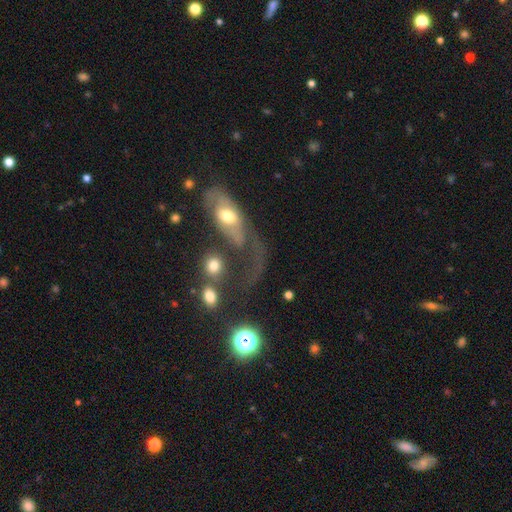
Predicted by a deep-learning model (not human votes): A featured or disk galaxy (53%). Merging: major disturbance (34%).